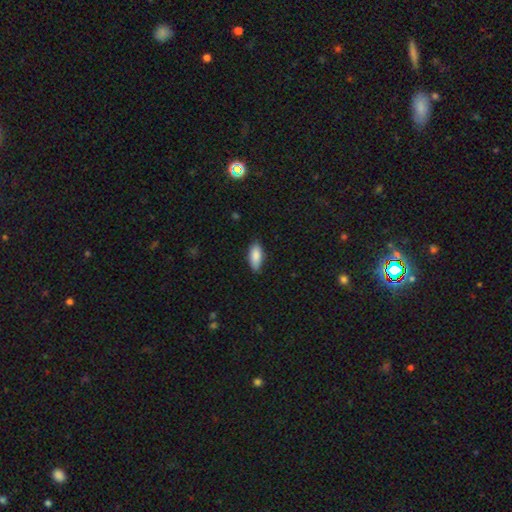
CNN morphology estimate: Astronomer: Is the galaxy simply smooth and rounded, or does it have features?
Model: smooth — 87%.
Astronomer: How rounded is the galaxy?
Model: in between — 85%.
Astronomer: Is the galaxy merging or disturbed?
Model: none — 82%.